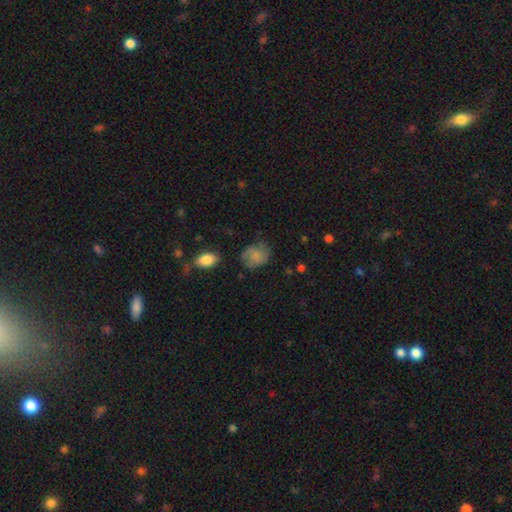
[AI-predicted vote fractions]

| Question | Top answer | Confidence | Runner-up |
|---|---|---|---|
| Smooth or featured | smooth | 62% | featured or disk (28%) |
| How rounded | round | 58% | in between (41%) |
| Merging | none | 62% | minor disturbance (25%) |